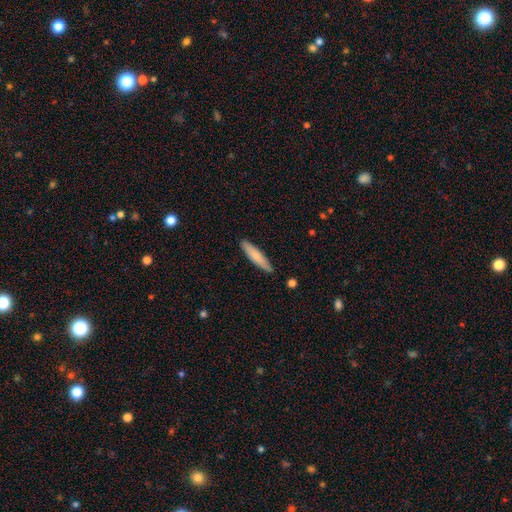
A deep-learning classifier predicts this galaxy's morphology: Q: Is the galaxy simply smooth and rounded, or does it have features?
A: smooth — 77%.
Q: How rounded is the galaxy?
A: cigar-shaped — 84%.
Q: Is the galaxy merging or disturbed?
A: none — 86%.